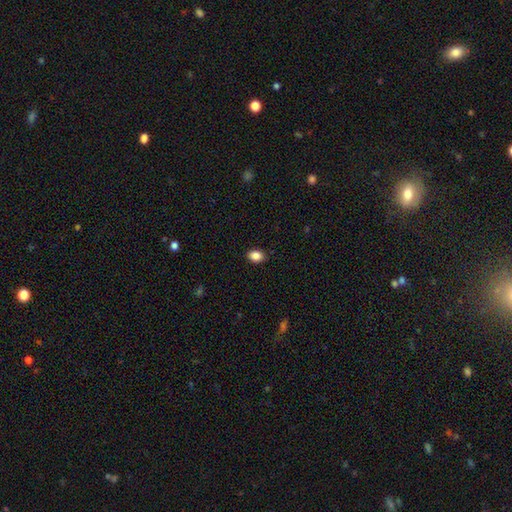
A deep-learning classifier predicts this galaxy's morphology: This is clearly a smooth galaxy (87%). How rounded: likely in between (71%). Merging: clearly none (89%).